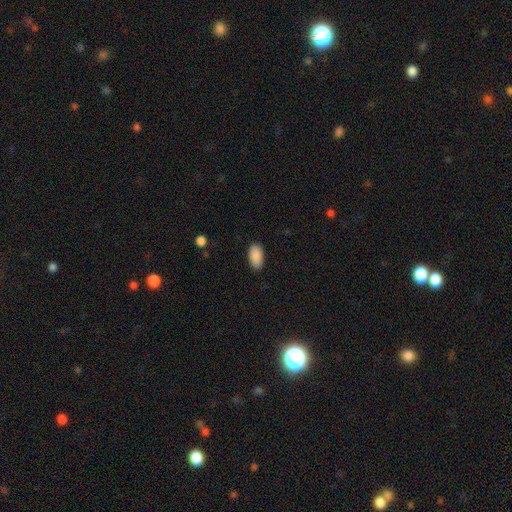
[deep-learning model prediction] Smooth or featured: smooth — 90% (star or artifact — 7%)
How rounded: in between — 94% (round — 3%)
Merging: none — 86% (minor disturbance — 10%)